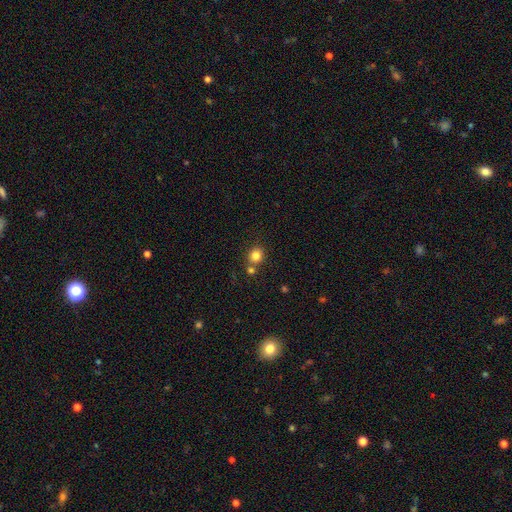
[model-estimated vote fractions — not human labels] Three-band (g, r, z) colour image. It shows a smooth galaxy with no disk features (81%) that is round (87%). Merging: none (69%).